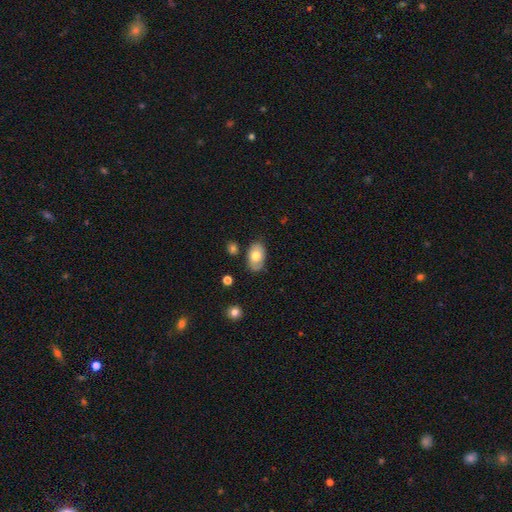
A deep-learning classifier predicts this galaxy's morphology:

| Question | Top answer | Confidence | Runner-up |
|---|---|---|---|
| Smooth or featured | smooth | 68% | featured or disk (25%) |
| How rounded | in between | 90% | round (9%) |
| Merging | none | 75% | minor disturbance (18%) |